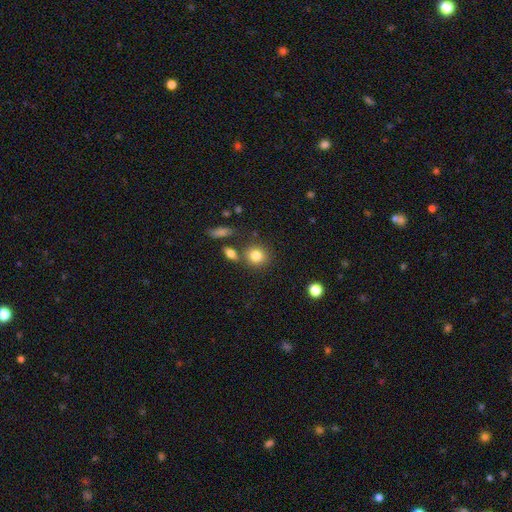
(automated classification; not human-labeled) A smooth galaxy with no disk features (82%) that is round (81%).

Vote fractions:
- Smooth or featured? smooth: 82% / star or artifact: 10% / featured or disk: 8%
- How rounded? round: 81% / in between: 18% / cigar-shaped: 1%
- Merging? none: 73% / merger: 13% / minor disturbance: 10% / major disturbance: 4%